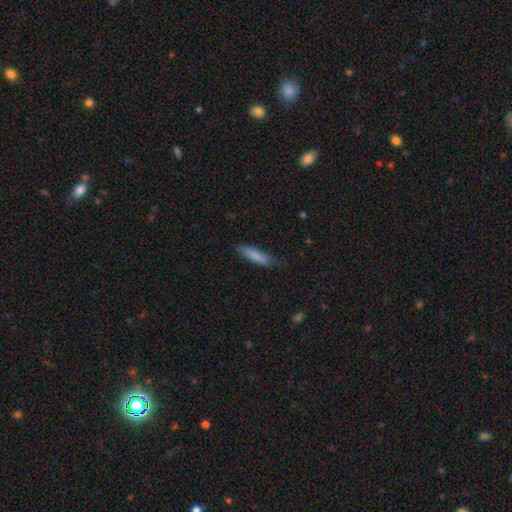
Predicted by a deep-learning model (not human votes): smooth_or_featured: smooth (p=0.83) [alt: featured or disk p=0.11]
how_rounded: cigar-shaped (p=0.79) [alt: in between p=0.20]
merging: none (p=0.80) [alt: minor disturbance p=0.16]